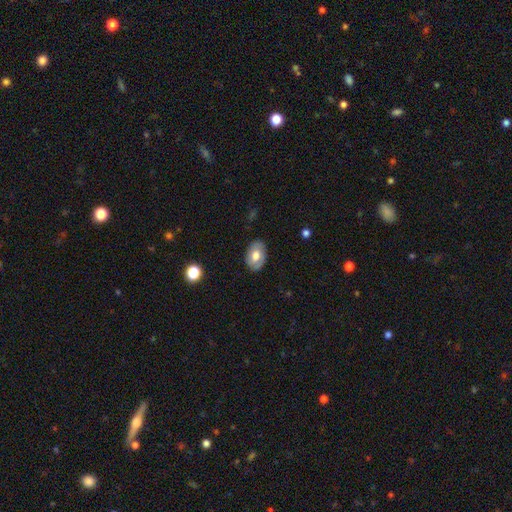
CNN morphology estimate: A smooth galaxy with no disk features (55%) that is in between round and cigar-shaped (84%).

Vote fractions:
- Smooth or featured? smooth: 55% / featured or disk: 38% / star or artifact: 7%
- How rounded? in between: 84% / round: 15% / cigar-shaped: 1%
- Merging? none: 80% / minor disturbance: 15% / major disturbance: 3% / merger: 1%